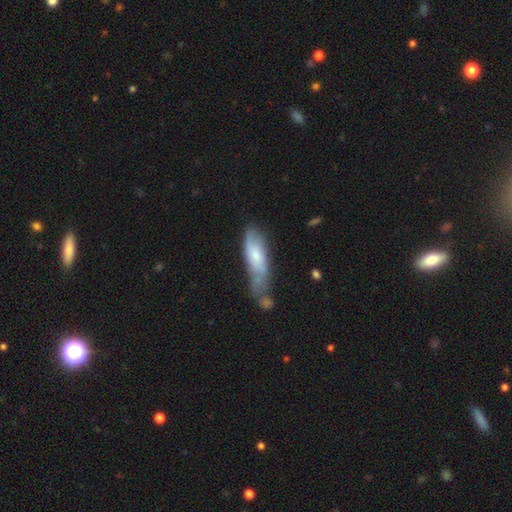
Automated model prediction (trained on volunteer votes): Smooth or featured? Predicted: smooth (p=0.60). How rounded? Predicted: in between (p=0.55). Merging? Predicted: none (p=0.33).